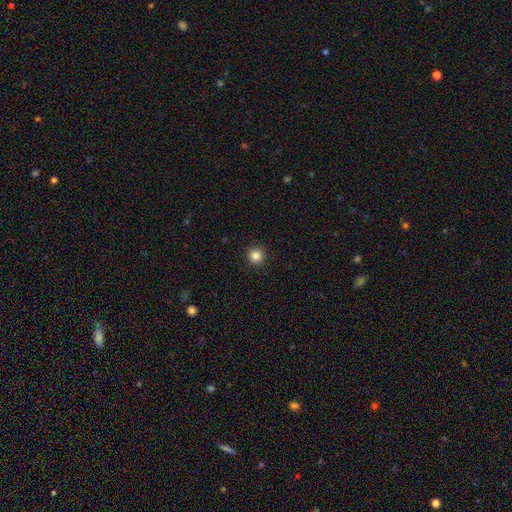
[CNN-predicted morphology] smooth-or-featured: smooth: 84% | star or artifact: 11% | featured or disk: 5%
  how-rounded: round: 96% | in between: 3% | cigar-shaped: 1%
  merging: none: 94% | minor disturbance: 4% | major disturbance: 1% | merger: 1%